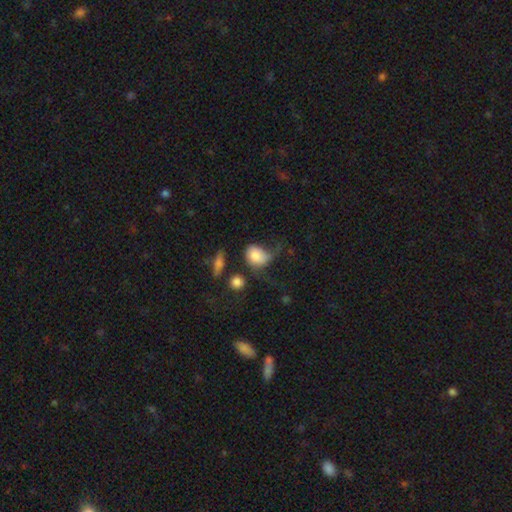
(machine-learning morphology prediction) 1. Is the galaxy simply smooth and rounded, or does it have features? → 72% smooth, 20% featured or disk, 8% star or artifact.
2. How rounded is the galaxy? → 55% in between, 43% round, 1% cigar-shaped.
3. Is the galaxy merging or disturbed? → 42% major disturbance, 24% minor disturbance, 23% none, 12% merger.